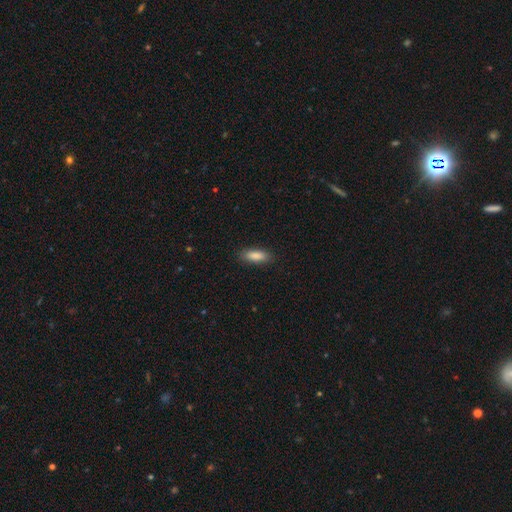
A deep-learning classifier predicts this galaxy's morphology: A smooth galaxy with no disk features (88%) that is in between round and cigar-shaped (66%).

Vote fractions:
- Smooth or featured? smooth: 88% / star or artifact: 7% / featured or disk: 5%
- How rounded? in between: 66% / cigar-shaped: 32% / round: 2%
- Merging? none: 87% / minor disturbance: 10% / major disturbance: 2% / merger: 1%